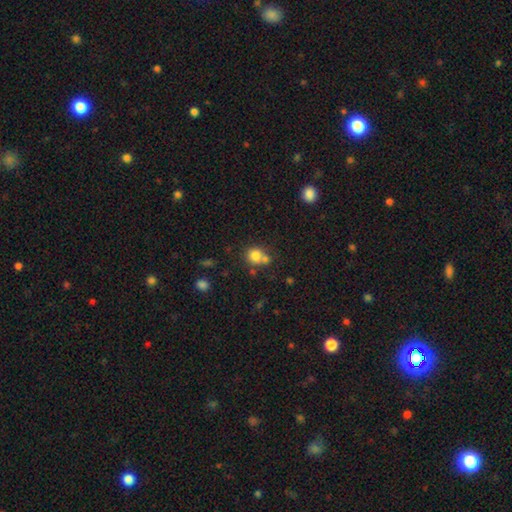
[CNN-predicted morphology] smooth 78%, star or artifact 12%, featured or disk 9%. Down the decision tree: how rounded — round (84%); merging — none (52%).